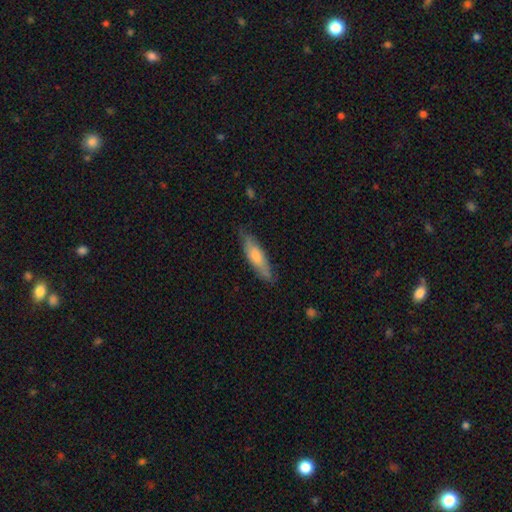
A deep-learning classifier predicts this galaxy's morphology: The model was most divided on "smooth or featured": smooth: 63%, featured or disk: 32%, star or artifact: 6%. More confident: merging — none (79%); how rounded — cigar-shaped (66%).